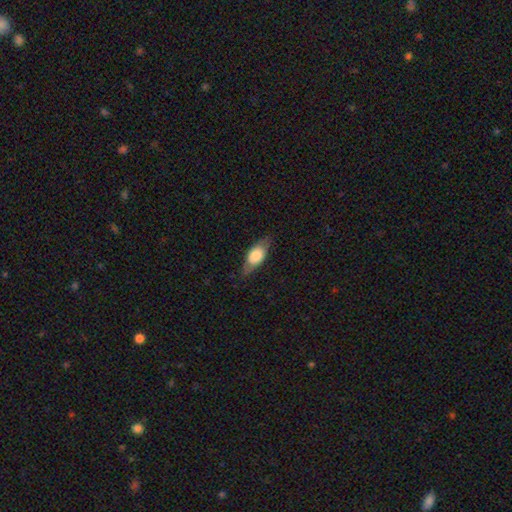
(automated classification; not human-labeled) Smooth or featured?
  - smooth: 64% *
  - featured or disk: 29%
  - star or artifact: 7%
How rounded?
  - in between: 77% *
  - cigar-shaped: 17%
  - round: 6%
Merging?
  - none: 75% *
  - minor disturbance: 18%
  - major disturbance: 5%
  - merger: 1%